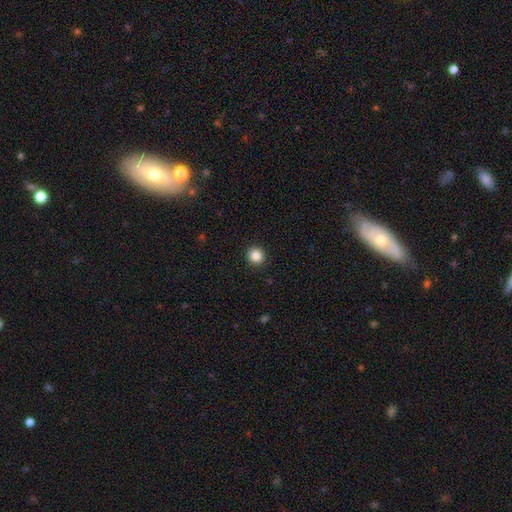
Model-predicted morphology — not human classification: This is clearly a smooth galaxy (86%). How rounded: clearly round (94%). Merging: clearly none (93%).